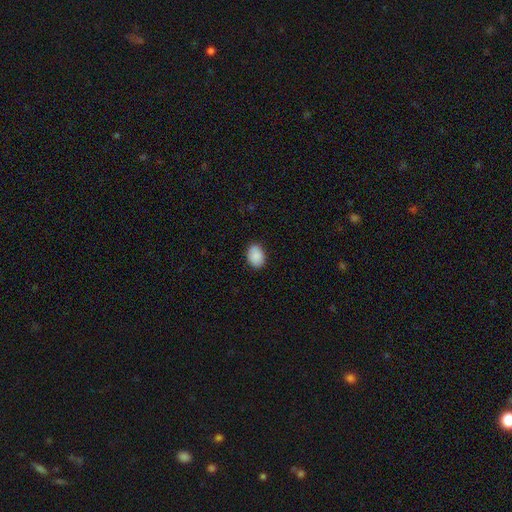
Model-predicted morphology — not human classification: This is clearly a smooth galaxy (89%). How rounded: likely in between (78%). Merging: clearly none (83%).